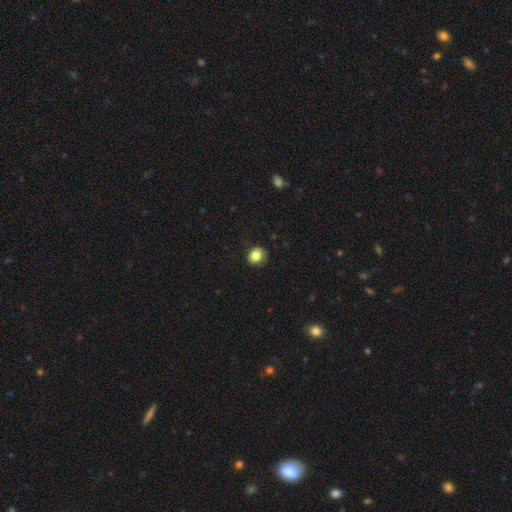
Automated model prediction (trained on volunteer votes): This is likely a smooth galaxy (80%). How rounded: likely round (70%). Merging: likely none (77%).